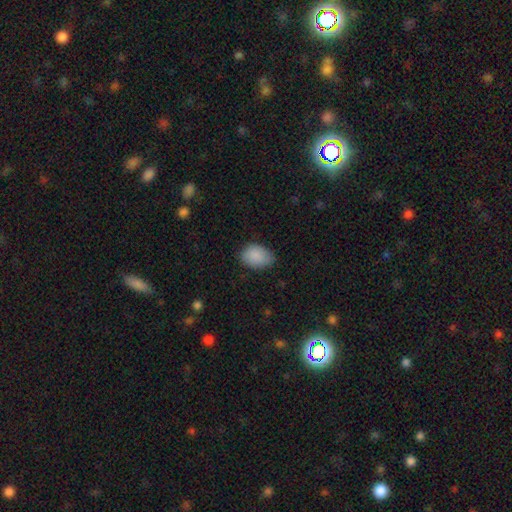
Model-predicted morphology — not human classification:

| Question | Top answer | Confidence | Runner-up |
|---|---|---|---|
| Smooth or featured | smooth | 88% | star or artifact (7%) |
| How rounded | in between | 81% | round (18%) |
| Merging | none | 71% | minor disturbance (24%) |